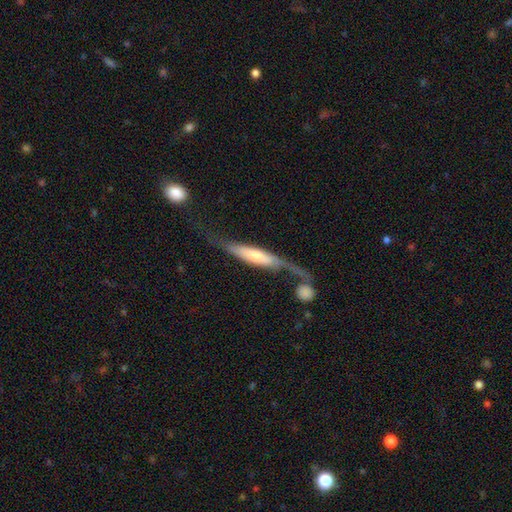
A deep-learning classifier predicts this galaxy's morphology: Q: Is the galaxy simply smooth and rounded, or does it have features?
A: featured or disk — 53%.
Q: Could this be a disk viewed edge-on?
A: yes — 66%.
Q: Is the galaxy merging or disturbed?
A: none — 30%.